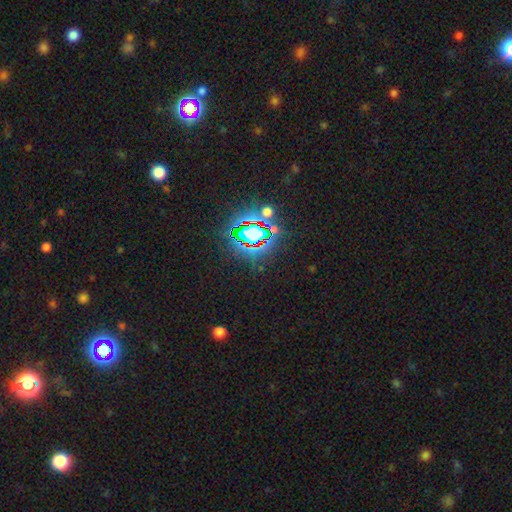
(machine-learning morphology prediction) A star or artifact, not a galaxy (81%).

Vote fractions:
- Smooth or featured? star or artifact: 81% / smooth: 11% / featured or disk: 7%